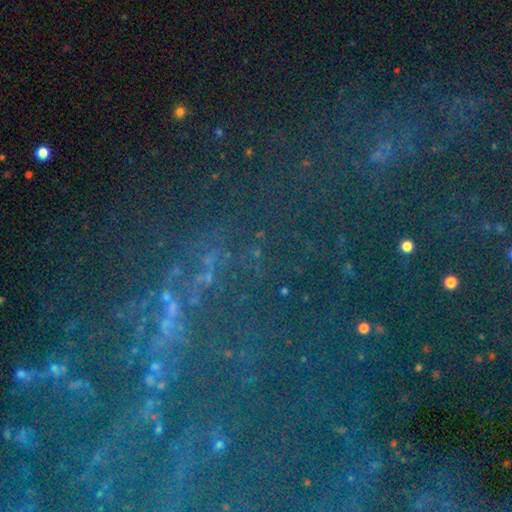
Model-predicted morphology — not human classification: A star or artifact, not a galaxy (73%).

Vote fractions:
- Smooth or featured? star or artifact: 73% / smooth: 14% / featured or disk: 13%